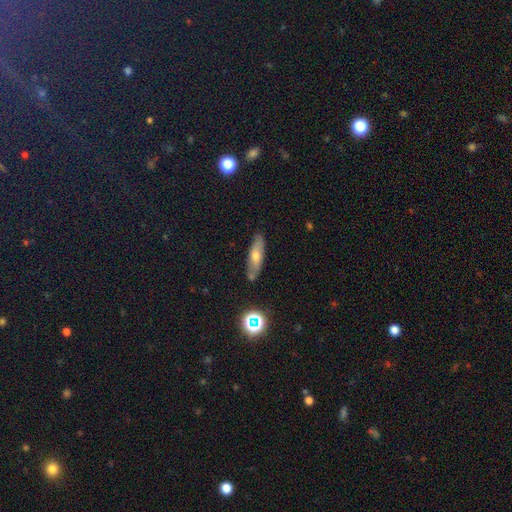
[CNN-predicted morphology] smooth_or_featured: smooth (p=0.56) [alt: featured or disk p=0.35]
how_rounded: cigar-shaped (p=0.60) [alt: in between p=0.37]
merging: none (p=0.81) [alt: minor disturbance p=0.13]